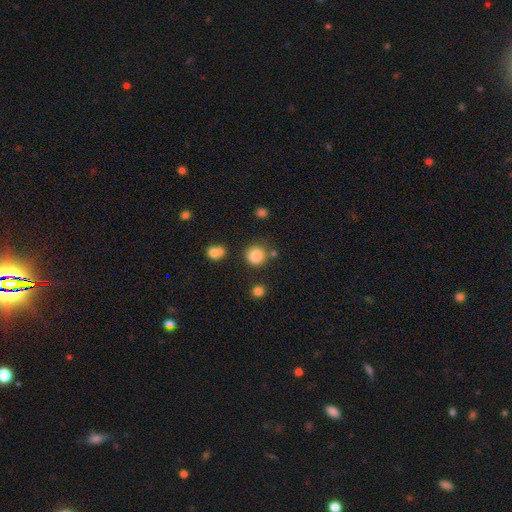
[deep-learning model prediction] Smooth or featured?
  - smooth: 85% *
  - star or artifact: 11%
  - featured or disk: 4%
How rounded?
  - round: 91% *
  - in between: 8%
  - cigar-shaped: 1%
Merging?
  - none: 76% *
  - minor disturbance: 11%
  - merger: 9%
  - major disturbance: 4%